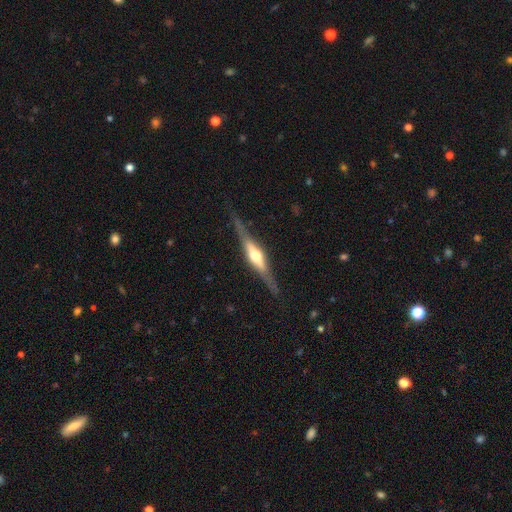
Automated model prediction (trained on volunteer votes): smooth_or_featured: featured or disk (p=0.75) [alt: smooth p=0.20]
disk_edge_on: yes (p=0.96) [alt: no p=0.04]
edge_on_bulge: rounded (p=0.88) [alt: boxy p=0.08]
merging: none (p=0.83) [alt: minor disturbance p=0.12]